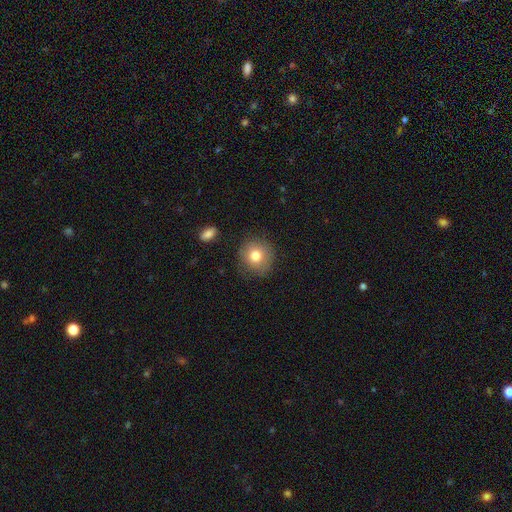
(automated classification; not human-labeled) smooth 79%, featured or disk 11%, star or artifact 10%. Down the decision tree: how rounded — round (89%); merging — none (83%).